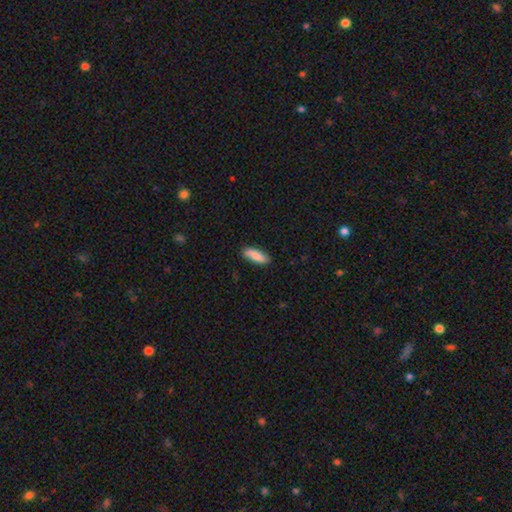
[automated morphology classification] The model was most divided on "how rounded": in between: 65%, cigar-shaped: 32%, round: 2%. More confident: merging — none (83%); smooth or featured — smooth (78%).